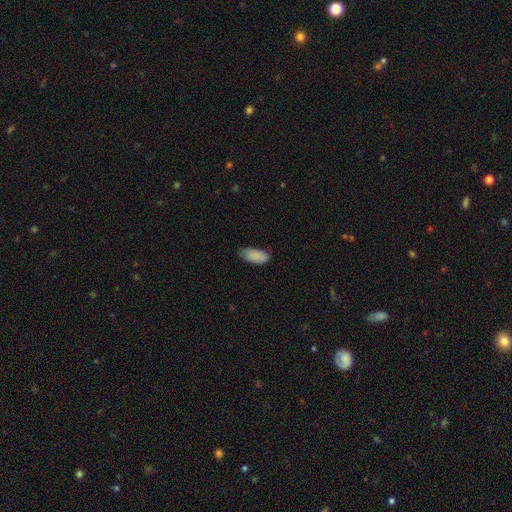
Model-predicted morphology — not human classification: smooth 89%, star or artifact 7%, featured or disk 5%. Down the decision tree: how rounded — in between (90%); merging — none (67%).